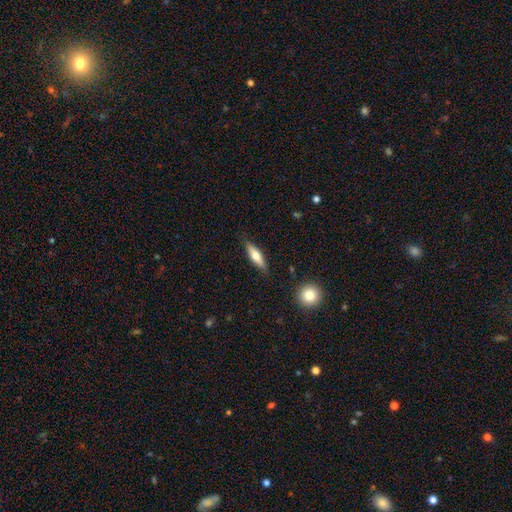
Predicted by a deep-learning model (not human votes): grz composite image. It shows a smooth galaxy with no disk features (63%) that is cigar-shaped (62%). Merging: none (85%).